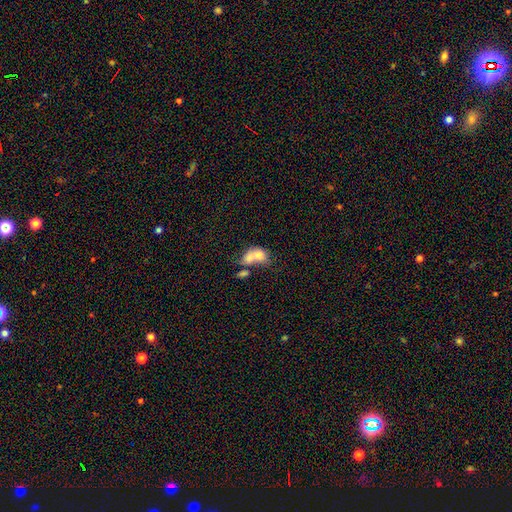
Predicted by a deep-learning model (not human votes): smooth_or_featured: smooth (p=0.68) [alt: featured or disk p=0.22]
how_rounded: in between (p=0.66) [alt: round p=0.32]
merging: merger (p=0.68) [alt: none p=0.14]